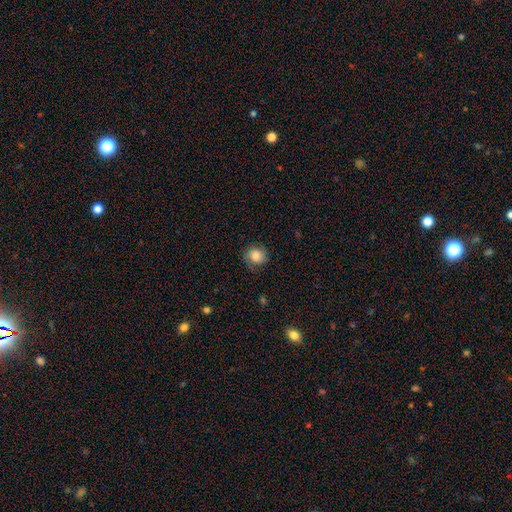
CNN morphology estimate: Overall: smooth (77%). How rounded: round (83%). Merging: none (75%).